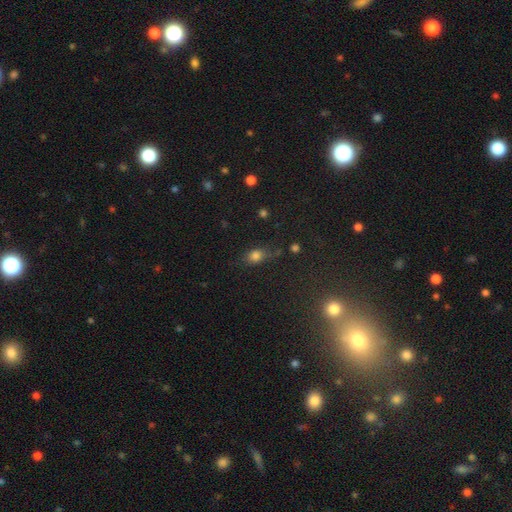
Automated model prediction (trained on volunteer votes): smooth_or_featured: smooth (p=0.77) [alt: star or artifact p=0.15]
how_rounded: in between (p=0.62) [alt: round p=0.33]
merging: none (p=0.62) [alt: minor disturbance p=0.24]